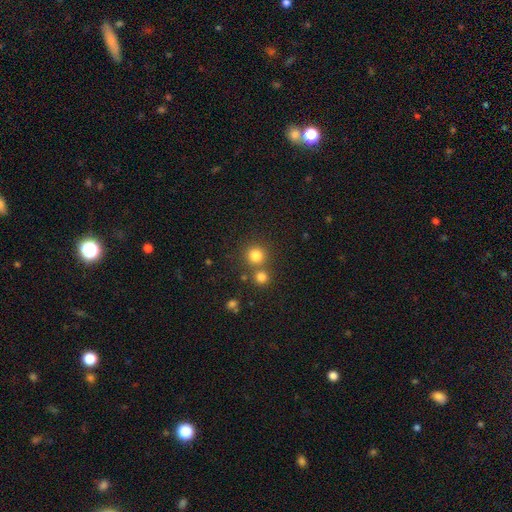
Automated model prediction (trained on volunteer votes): Overall: smooth (80%). How rounded: round (92%). Merging: none (70%).